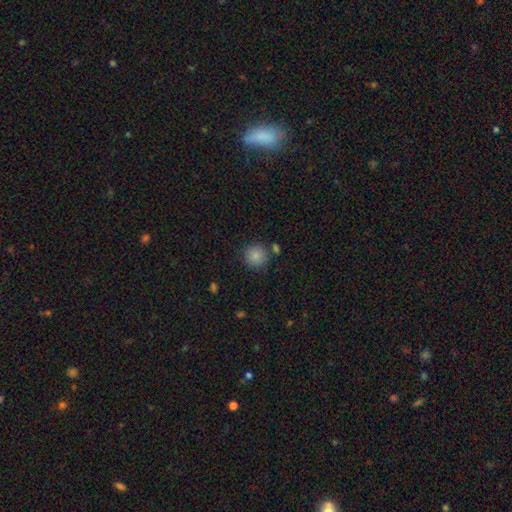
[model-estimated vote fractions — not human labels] Smooth or featured? smooth (86%)
How rounded? round (92%)
Merging? none (80%)